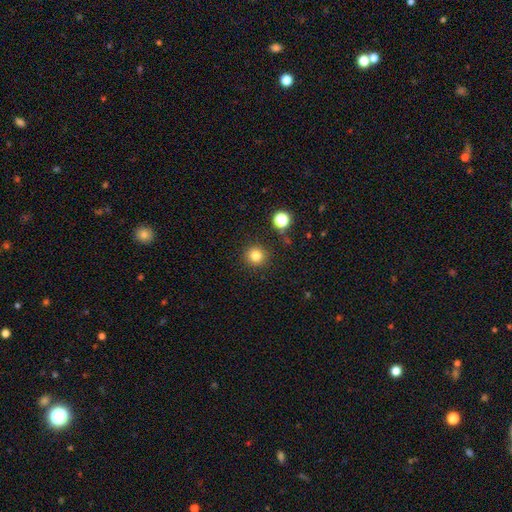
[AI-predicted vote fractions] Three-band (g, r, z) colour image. It shows a smooth galaxy with no disk features (81%) that is round (94%). Merging: none (89%).